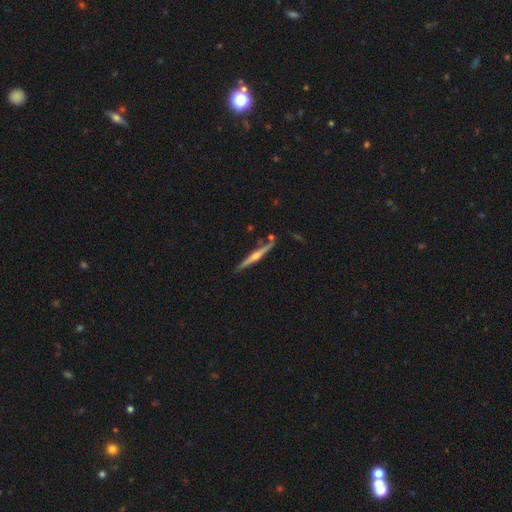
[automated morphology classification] A featured or disk galaxy (80%) viewed edge-on (98%) with a rounded central bulge (88%).

Vote fractions:
- Smooth or featured? featured or disk: 80% / smooth: 14% / star or artifact: 6%
- Edge-on disk? yes: 98% / no: 2%
- Edge-on bulge? rounded: 88% / none: 7% / boxy: 5%
- Merging? none: 85% / minor disturbance: 9% / merger: 4% / major disturbance: 2%